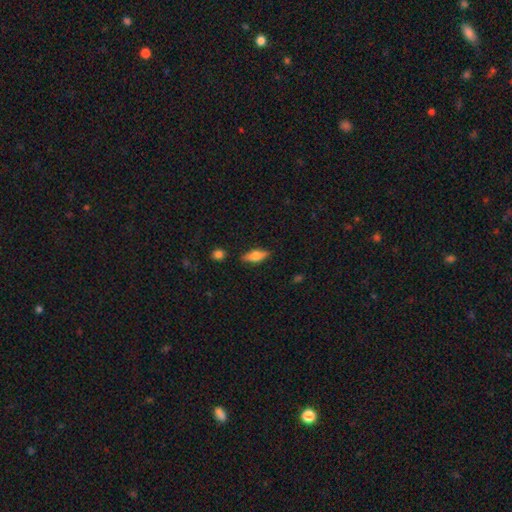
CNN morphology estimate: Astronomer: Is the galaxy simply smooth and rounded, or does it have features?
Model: smooth — 57% (runner-up: featured or disk, 36%).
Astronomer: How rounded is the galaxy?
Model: in between — 67%.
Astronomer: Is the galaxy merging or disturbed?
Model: none — 84%.